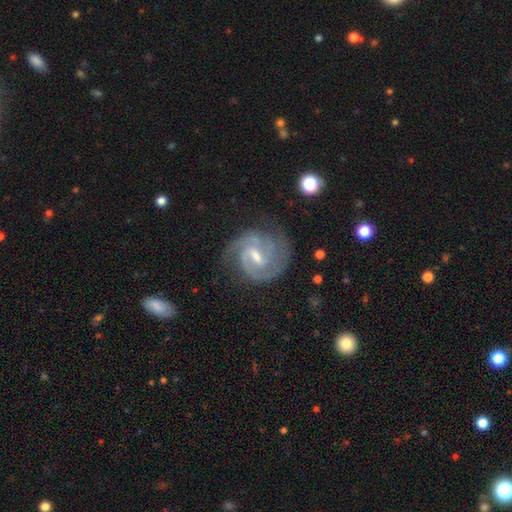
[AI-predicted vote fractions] This appears to be a featured or disk galaxy (89%) with a weak bar (61%), 2 (60%) tight (58%) spiral arms (98%) and a moderate central bulge (48%). Merging: none (72%).